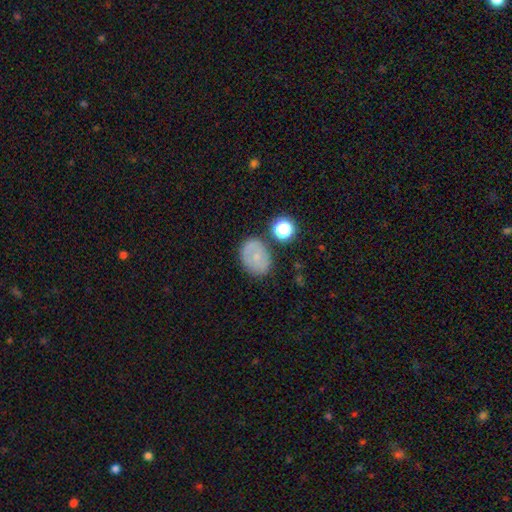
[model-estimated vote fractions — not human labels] A smooth galaxy with no disk features (61%) that is in between round and cigar-shaped (59%).

Vote fractions:
- Smooth or featured? smooth: 61% / featured or disk: 29% / star or artifact: 11%
- How rounded? in between: 59% / round: 40% / cigar-shaped: 1%
- Merging? none: 72% / minor disturbance: 17% / merger: 6% / major disturbance: 5%